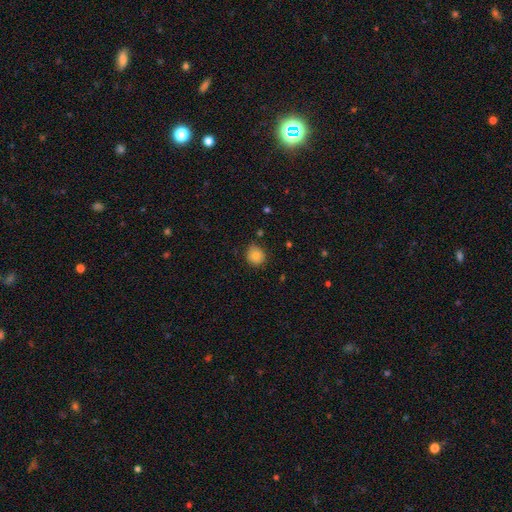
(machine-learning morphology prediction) Overall: smooth (81%). How rounded: round (83%). Merging: none (79%).